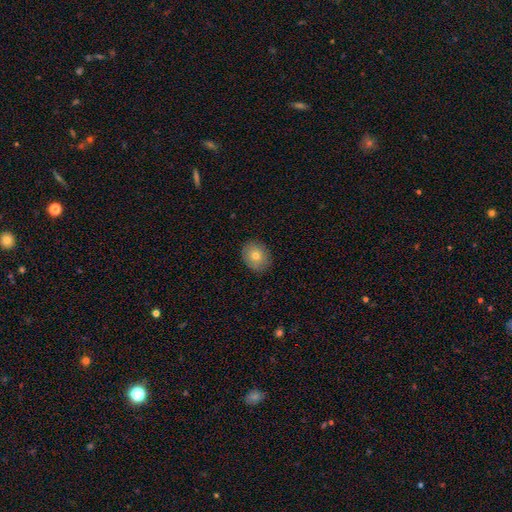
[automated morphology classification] Smooth or featured? Predicted: smooth (p=0.74). How rounded? Predicted: round (p=0.60). Merging? Predicted: none (p=0.86).